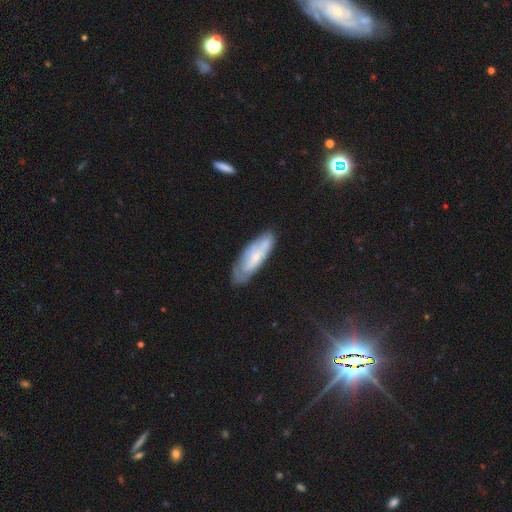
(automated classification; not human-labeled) This appears to be a smooth galaxy with no disk features (47%). Merging: none (69%).